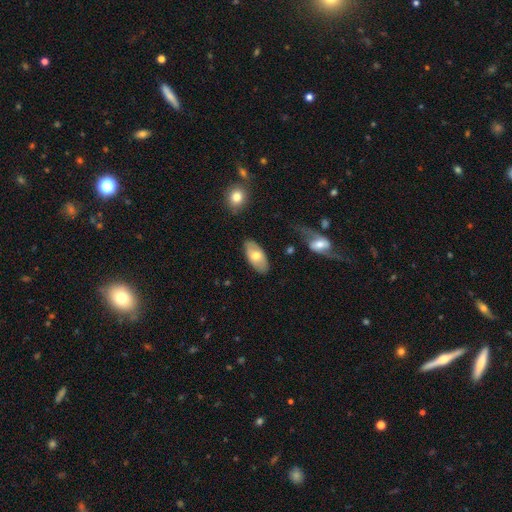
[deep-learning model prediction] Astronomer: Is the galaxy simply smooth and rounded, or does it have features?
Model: smooth — 61%.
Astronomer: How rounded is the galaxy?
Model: in between — 93%.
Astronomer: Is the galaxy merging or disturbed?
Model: none — 81%.